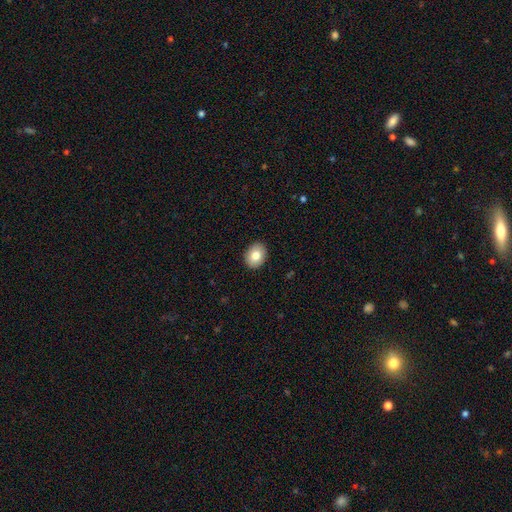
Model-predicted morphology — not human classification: smooth_or_featured: smooth (p=0.81) [alt: featured or disk p=0.12]
how_rounded: in between (p=0.57) [alt: round p=0.42]
merging: none (p=0.91) [alt: minor disturbance p=0.06]